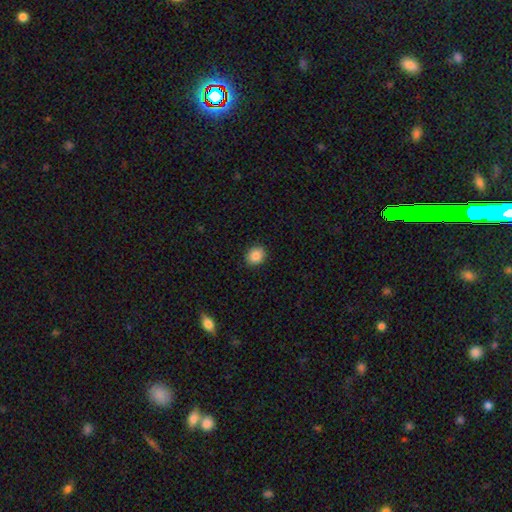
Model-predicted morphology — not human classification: type=smooth (87%); roundness=round (66%); merging=none (90%).